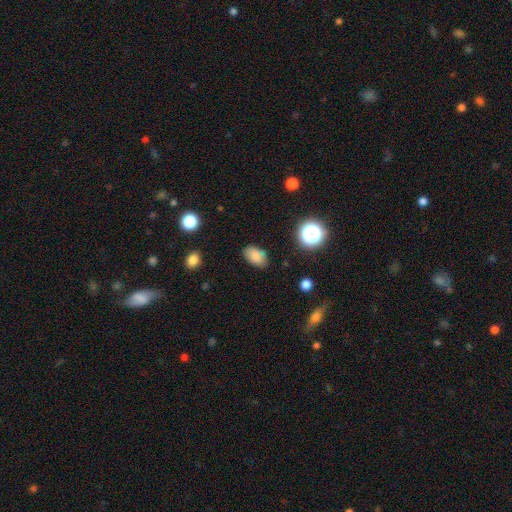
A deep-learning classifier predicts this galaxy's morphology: smooth_or_featured: smooth (p=0.84) [alt: star or artifact p=0.10]
how_rounded: in between (p=0.88) [alt: round p=0.11]
merging: none (p=0.82) [alt: minor disturbance p=0.14]